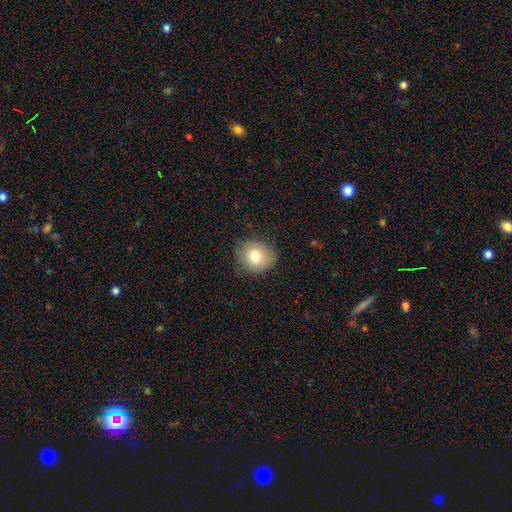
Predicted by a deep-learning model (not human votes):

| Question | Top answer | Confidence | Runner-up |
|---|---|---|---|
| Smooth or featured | smooth | 77% | featured or disk (13%) |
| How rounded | round | 72% | in between (27%) |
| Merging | none | 82% | minor disturbance (14%) |